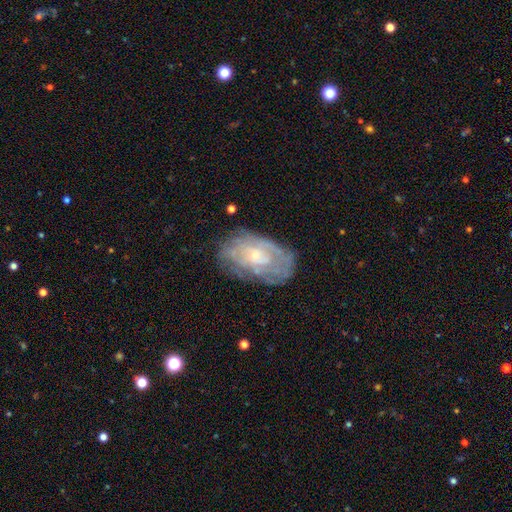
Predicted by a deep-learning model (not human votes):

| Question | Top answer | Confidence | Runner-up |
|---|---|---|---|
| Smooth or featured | featured or disk | 71% | smooth (22%) |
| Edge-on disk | no | 95% | yes (5%) |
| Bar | no | 78% | weak (18%) |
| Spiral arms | yes | 71% | no (29%) |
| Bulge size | small | 76% | moderate (19%) |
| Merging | none | 67% | minor disturbance (21%) |